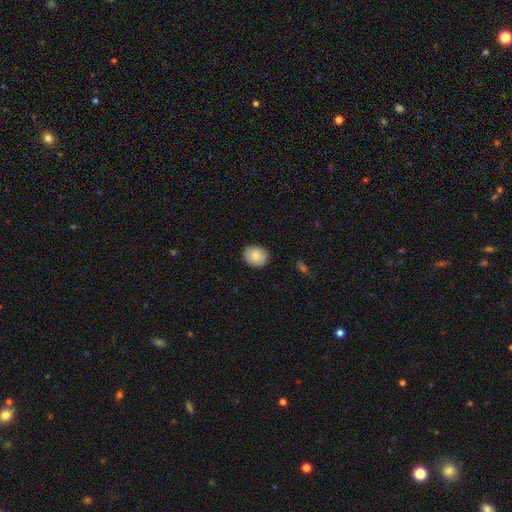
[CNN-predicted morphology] This appears to be a smooth galaxy with no disk features (84%) that is round (58%). Merging: none (87%).